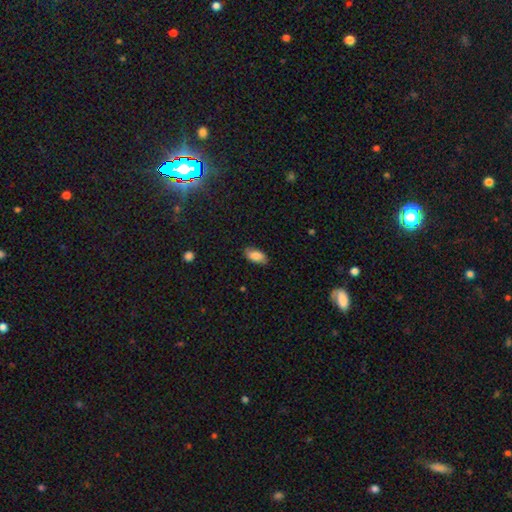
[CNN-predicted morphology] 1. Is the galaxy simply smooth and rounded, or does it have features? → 84% smooth, 9% featured or disk, 7% star or artifact.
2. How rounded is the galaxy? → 92% in between, 5% cigar-shaped, 3% round.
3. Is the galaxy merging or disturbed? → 82% none, 14% minor disturbance, 3% major disturbance, 1% merger.